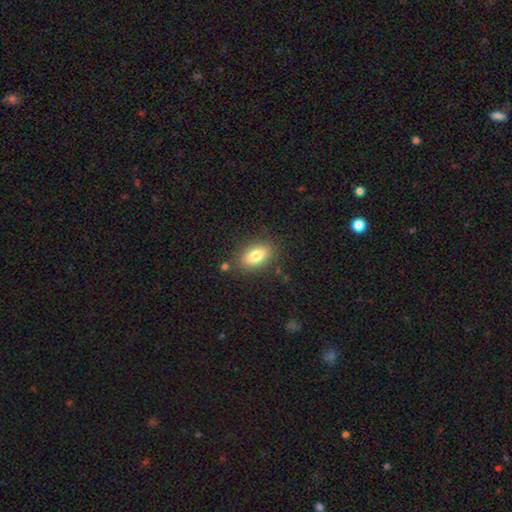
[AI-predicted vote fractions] Smooth or featured: smooth — 81% (featured or disk — 11%)
How rounded: in between — 88% (round — 9%)
Merging: none — 82% (minor disturbance — 11%)